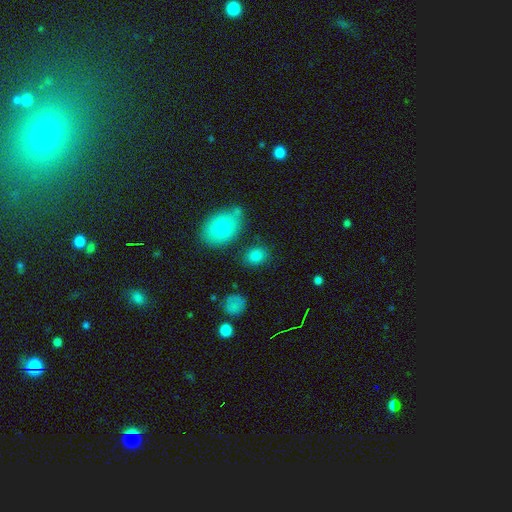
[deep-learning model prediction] This appears to be a smooth galaxy with no disk features (83%) that is in between round and cigar-shaped (62%). Merging: none (78%).